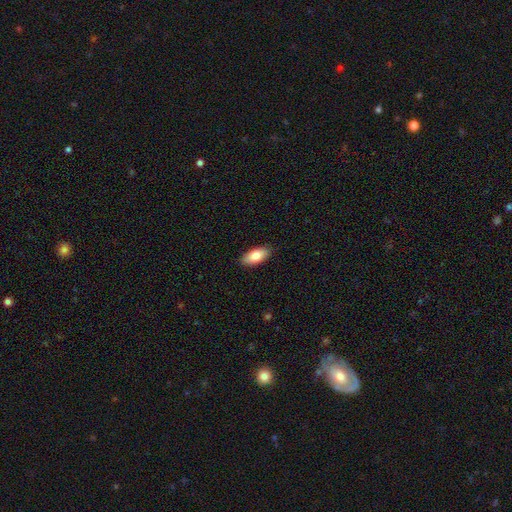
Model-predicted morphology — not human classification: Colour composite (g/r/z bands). It shows a smooth galaxy with no disk features (82%) that is in between round and cigar-shaped (90%). Merging: none (89%).